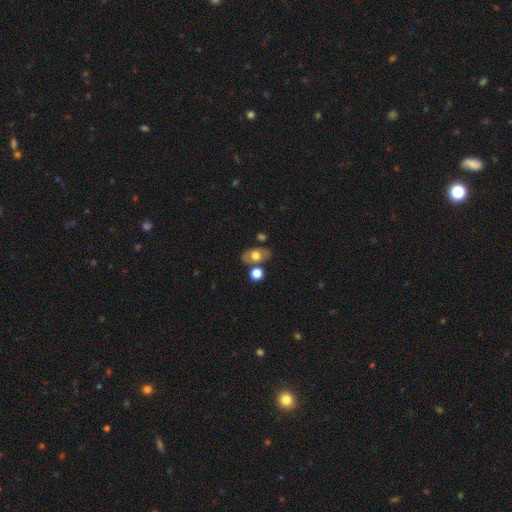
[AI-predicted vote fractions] This appears to be a smooth galaxy with no disk features (57%) that is in between round and cigar-shaped (78%). Merging: none (71%).